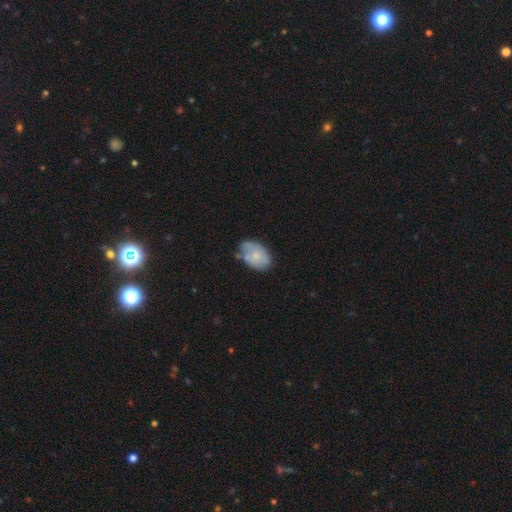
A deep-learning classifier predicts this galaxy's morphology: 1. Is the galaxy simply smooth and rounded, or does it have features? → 62% smooth, 32% featured or disk, 7% star or artifact.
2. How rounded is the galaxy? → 86% in between, 12% round, 1% cigar-shaped.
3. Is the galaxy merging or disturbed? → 49% none, 33% minor disturbance, 10% major disturbance, 8% merger.